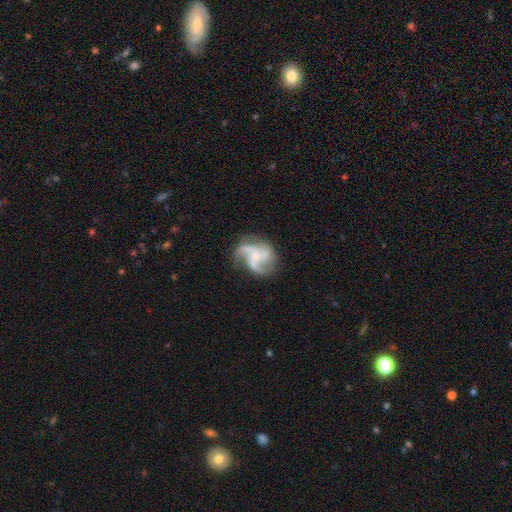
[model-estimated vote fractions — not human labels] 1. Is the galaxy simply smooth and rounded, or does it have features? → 85% featured or disk, 9% smooth, 6% star or artifact.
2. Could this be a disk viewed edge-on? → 98% no, 2% yes.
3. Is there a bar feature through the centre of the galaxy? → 65% no, 28% weak, 7% strong.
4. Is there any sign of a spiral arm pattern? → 96% yes, 4% no.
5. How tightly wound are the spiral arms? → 52% medium, 34% loose, 14% tight.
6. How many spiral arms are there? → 68% 3, 11% 2, 9% 4, 5% can't tell, 3% 1, 3% more than 4.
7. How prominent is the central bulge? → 63% small, 27% moderate, 7% none, 2% large, 1% dominant.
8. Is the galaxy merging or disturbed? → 62% none, 20% minor disturbance, 15% major disturbance, 3% merger.